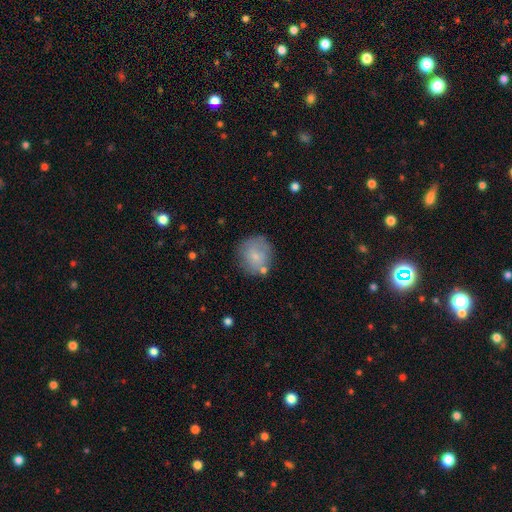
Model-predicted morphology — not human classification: A smooth galaxy with no disk features (72%) that is round (86%). Merging: none (67%).